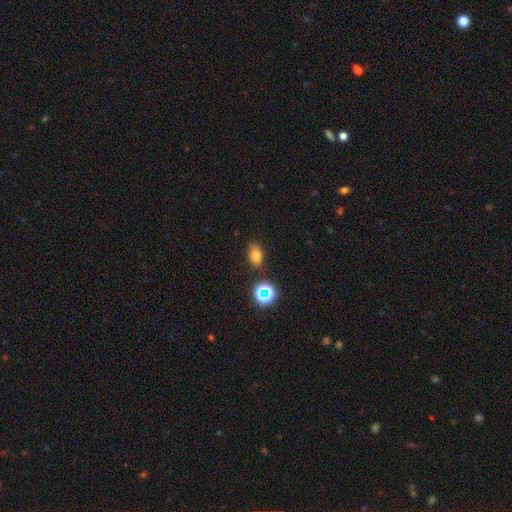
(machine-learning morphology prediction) Smooth or featured: smooth — 72% (star or artifact — 17%)
How rounded: in between — 82% (round — 16%)
Merging: none — 81% (minor disturbance — 12%)